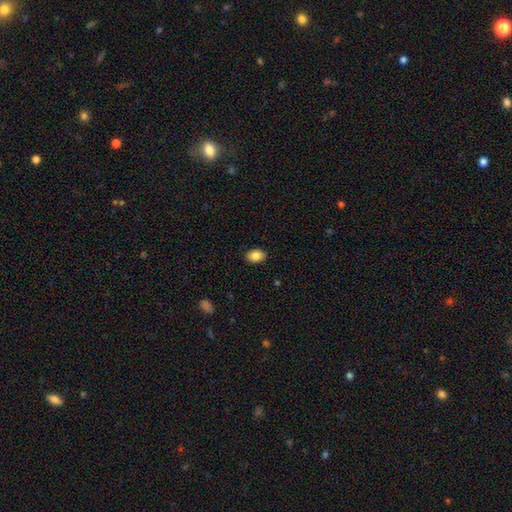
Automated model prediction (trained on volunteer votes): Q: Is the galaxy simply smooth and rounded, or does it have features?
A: smooth — 85%.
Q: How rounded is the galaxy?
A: in between — 77%.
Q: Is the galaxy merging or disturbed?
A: none — 89%.